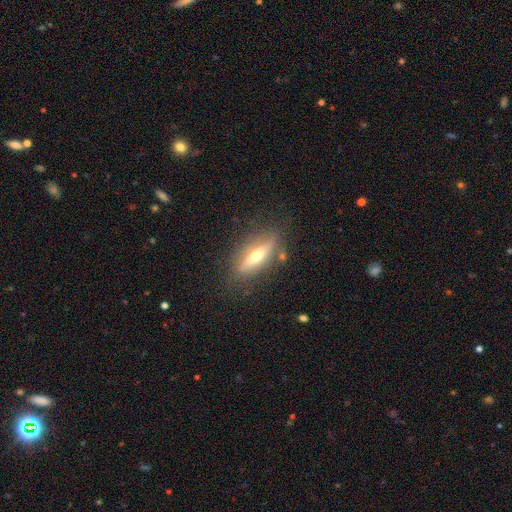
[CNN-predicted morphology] featured or disk 55%, smooth 37%, star or artifact 7%. Down the decision tree: edge-on disk — yes (83%); merging — none (80%).